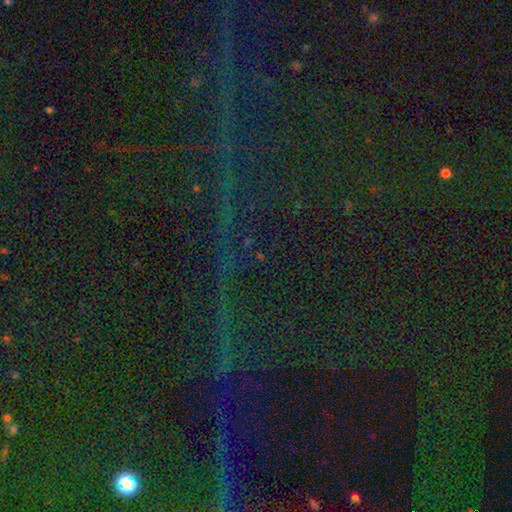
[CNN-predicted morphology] smooth_or_featured: star or artifact (p=0.85) [alt: smooth p=0.08]